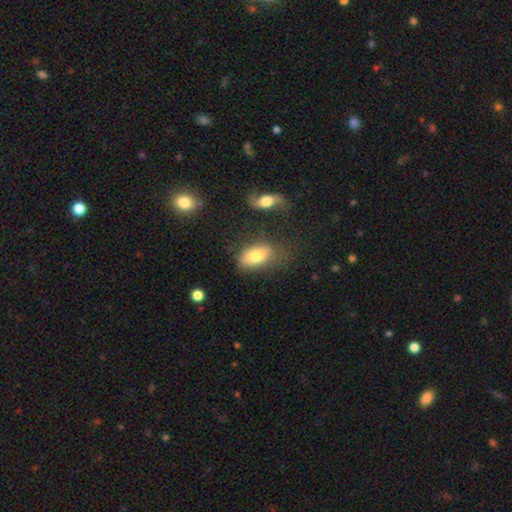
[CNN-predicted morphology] smooth-or-featured: smooth: 77% | featured or disk: 15% | star or artifact: 8%
  how-rounded: in between: 90% | round: 7% | cigar-shaped: 3%
  merging: none: 59% | minor disturbance: 23% | major disturbance: 10% | merger: 8%